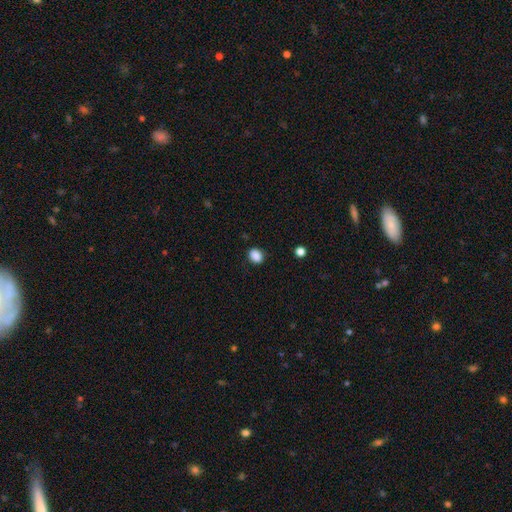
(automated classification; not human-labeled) smooth-or-featured: smooth: 88% | star or artifact: 9% | featured or disk: 3%
  how-rounded: in between: 53% | round: 46% | cigar-shaped: 1%
  merging: none: 85% | minor disturbance: 11% | major disturbance: 3% | merger: 1%